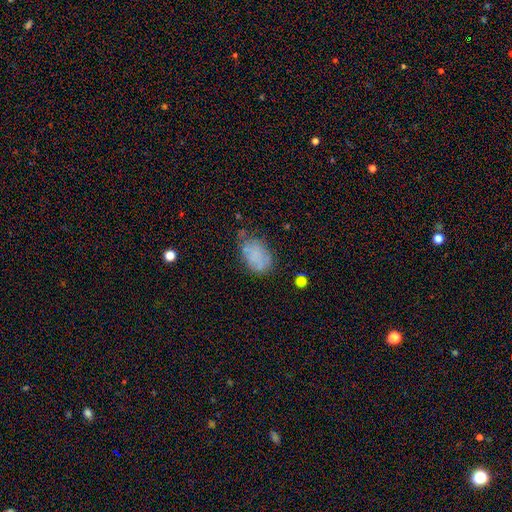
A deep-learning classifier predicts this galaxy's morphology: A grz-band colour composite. It shows a smooth galaxy with no disk features (65%) that is in between round and cigar-shaped (85%). Merging: none (48%).